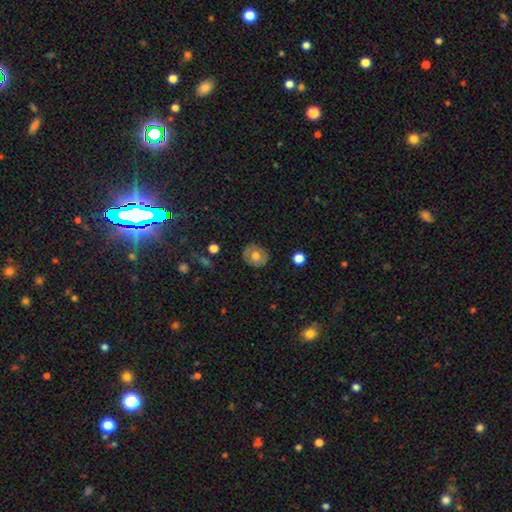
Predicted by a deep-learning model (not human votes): Smooth or featured? Predicted: smooth (p=0.65). How rounded? Predicted: round (p=0.75). Merging? Predicted: none (p=0.84).